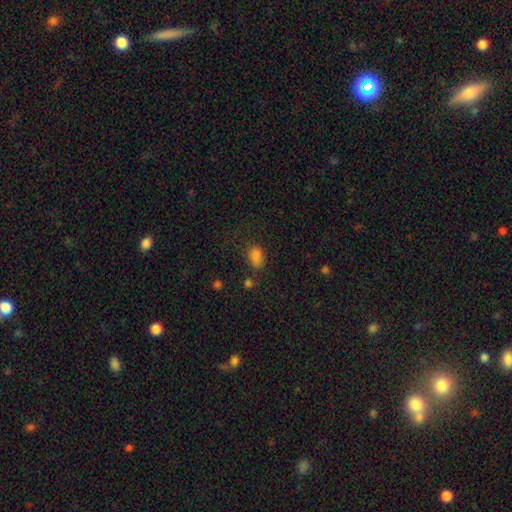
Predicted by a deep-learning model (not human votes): Smooth or featured? smooth (82%)
How rounded? in between (86%)
Merging? none (63%)